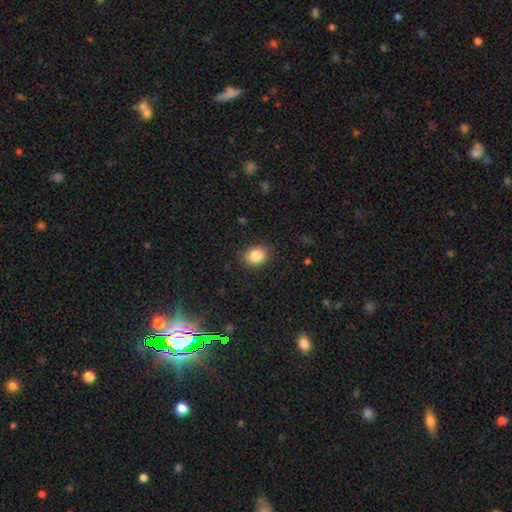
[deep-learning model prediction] A smooth galaxy with no disk features (86%) that is in between round and cigar-shaped (59%). Merging: none (86%).